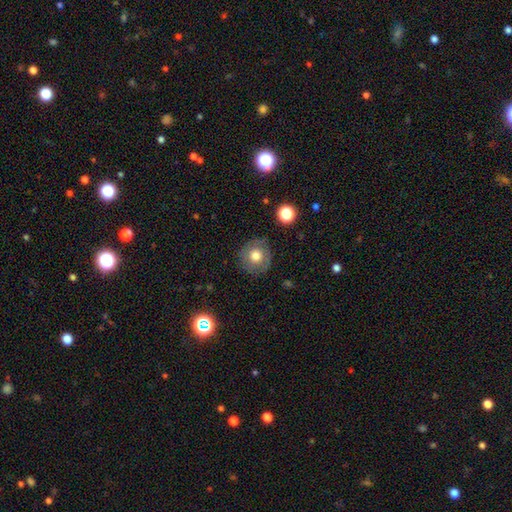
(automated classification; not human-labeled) Q: Smooth or featured?
A: smooth (67%); runner-up: featured or disk (23%)
Q: How rounded?
A: round (92%); runner-up: in between (7%)
Q: Merging?
A: none (83%); runner-up: minor disturbance (12%)